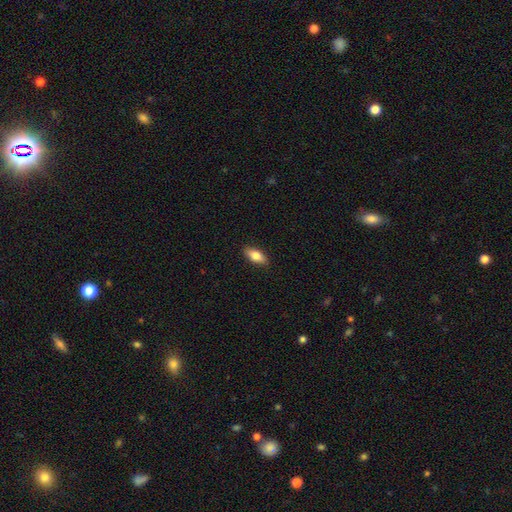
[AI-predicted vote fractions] A smooth galaxy with no disk features (79%) that is in between round and cigar-shaped (83%). Merging: none (88%).